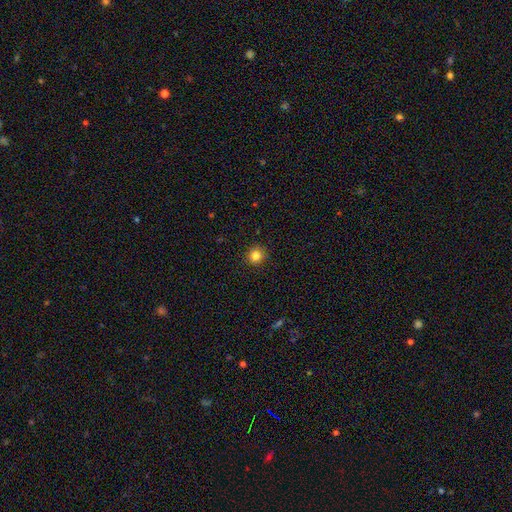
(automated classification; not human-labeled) A smooth galaxy with no disk features (83%) that is round (93%).

Vote fractions:
- Smooth or featured? smooth: 83% / star or artifact: 12% / featured or disk: 5%
- How rounded? round: 93% / in between: 6% / cigar-shaped: 1%
- Merging? none: 92% / minor disturbance: 5% / major disturbance: 2% / merger: 1%